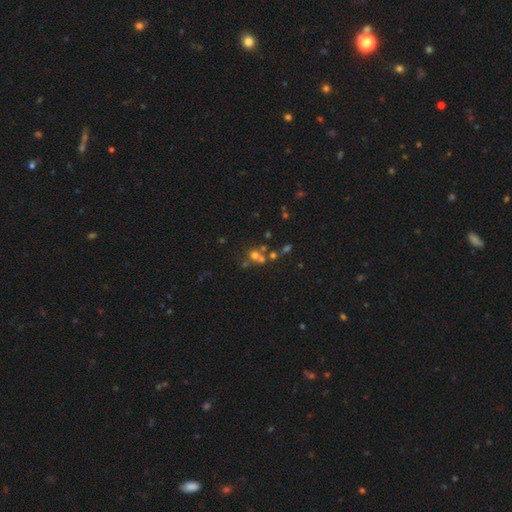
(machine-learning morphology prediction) smooth-or-featured: smooth: 51% | star or artifact: 26% | featured or disk: 23%
  how-rounded: round: 82% | in between: 17% | cigar-shaped: 1%
  merging: none: 44% | merger: 41% | minor disturbance: 9% | major disturbance: 6%